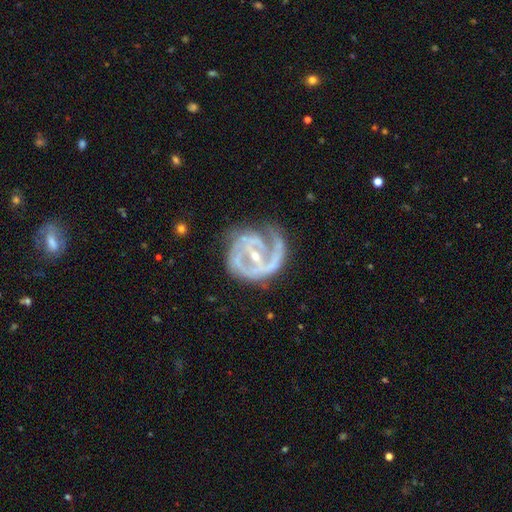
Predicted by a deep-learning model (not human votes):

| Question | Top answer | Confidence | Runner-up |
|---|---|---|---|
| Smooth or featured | featured or disk | 88% | smooth (7%) |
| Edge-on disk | no | 97% | yes (3%) |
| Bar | strong | 44% | weak (36%) |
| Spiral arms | yes | 91% | no (9%) |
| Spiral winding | tight | 51% | medium (38%) |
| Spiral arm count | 2 | 45% | 1 (23%) |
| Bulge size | small | 60% | moderate (36%) |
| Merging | none | 52% | minor disturbance (24%) |